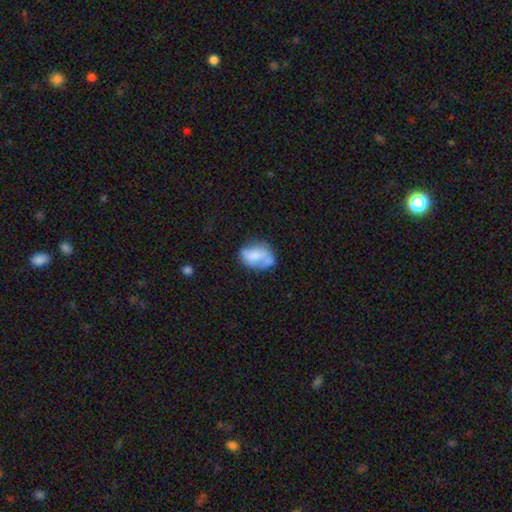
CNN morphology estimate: Smooth or featured? smooth (60%)
How rounded? in between (74%)
Merging? none (42%)